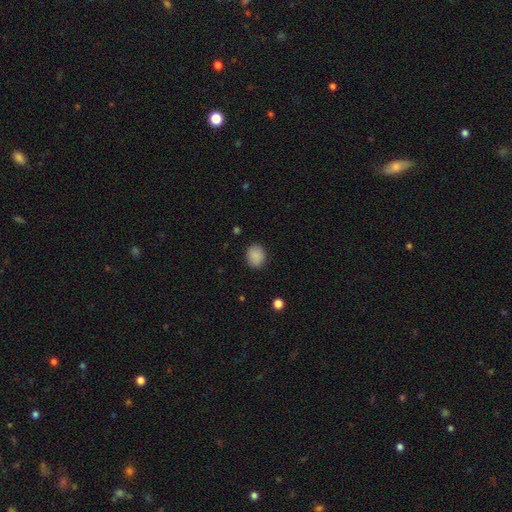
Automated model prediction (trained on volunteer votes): A smooth galaxy with no disk features (88%) that is round (57%).

Vote fractions:
- Smooth or featured? smooth: 88% / star or artifact: 8% / featured or disk: 4%
- How rounded? round: 57% / in between: 42% / cigar-shaped: 1%
- Merging? none: 87% / minor disturbance: 10% / major disturbance: 3% / merger: 1%